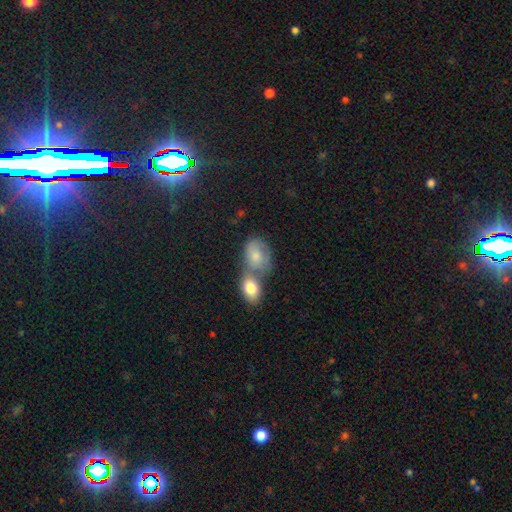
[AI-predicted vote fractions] Smooth or featured?
  - smooth: 72% *
  - featured or disk: 20%
  - star or artifact: 7%
How rounded?
  - in between: 79% *
  - round: 20%
  - cigar-shaped: 2%
Merging?
  - merger: 58% *
  - none: 24%
  - minor disturbance: 12%
  - major disturbance: 6%